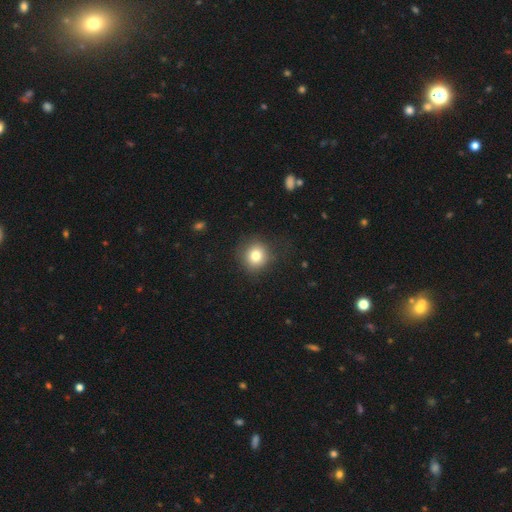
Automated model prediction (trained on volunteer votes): smooth_or_featured: smooth (p=0.80) [alt: star or artifact p=0.11]
how_rounded: round (p=0.88) [alt: in between p=0.11]
merging: none (p=0.84) [alt: minor disturbance p=0.11]